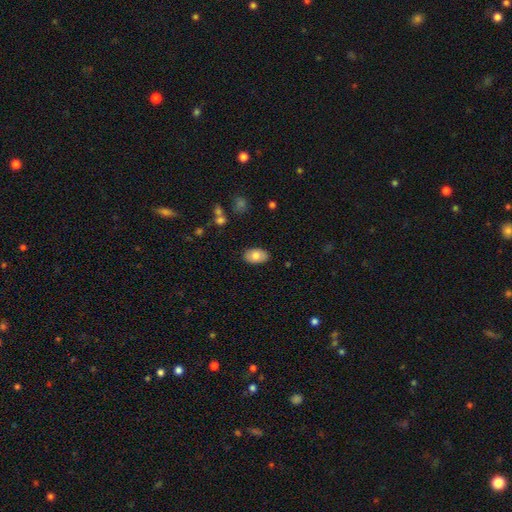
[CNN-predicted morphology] Overall: smooth (75%). How rounded: in between (92%). Merging: none (86%).